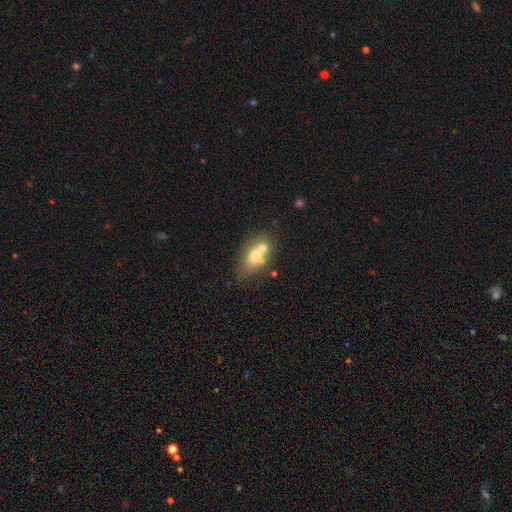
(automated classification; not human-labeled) smooth 61%, featured or disk 27%, star or artifact 12%. Down the decision tree: how rounded — in between (66%); merging — none (43%).